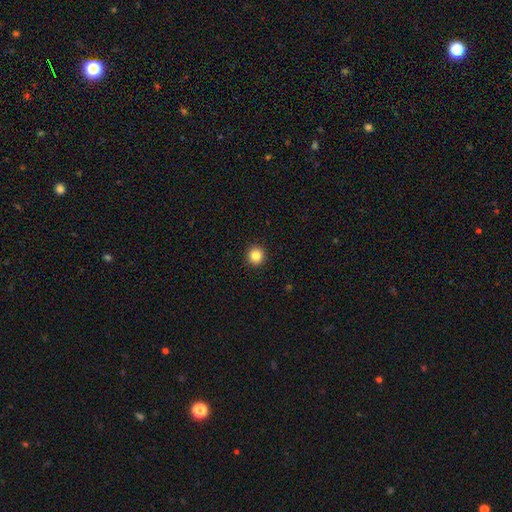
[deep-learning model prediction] This appears to be a smooth galaxy with no disk features (85%) that is round (95%). Merging: none (93%).